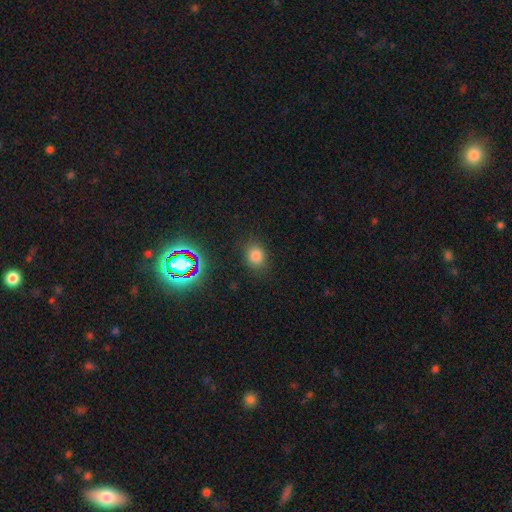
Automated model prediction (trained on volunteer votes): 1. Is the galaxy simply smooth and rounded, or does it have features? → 76% smooth, 18% star or artifact, 6% featured or disk.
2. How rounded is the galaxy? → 57% round, 42% in between, 1% cigar-shaped.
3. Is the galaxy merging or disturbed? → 83% none, 12% minor disturbance, 4% major disturbance, 2% merger.